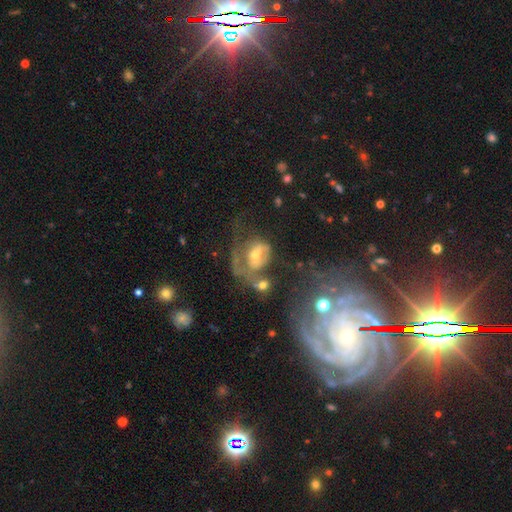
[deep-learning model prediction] Overall: featured or disk (63%; smooth 25%). Edge-on disk: no (96%). Bar: no (49%; weak 35%). Spiral arms: yes (62%; no 38%). Bulge size: moderate (56%; small 34%). Merging: major disturbance (36%; none 26%).